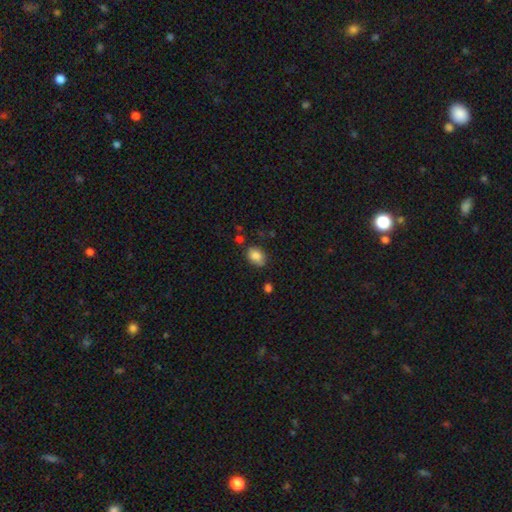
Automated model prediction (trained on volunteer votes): Q: Smooth or featured?
A: smooth (85%); runner-up: star or artifact (9%)
Q: How rounded?
A: in between (73%); runner-up: round (25%)
Q: Merging?
A: none (70%); runner-up: minor disturbance (21%)